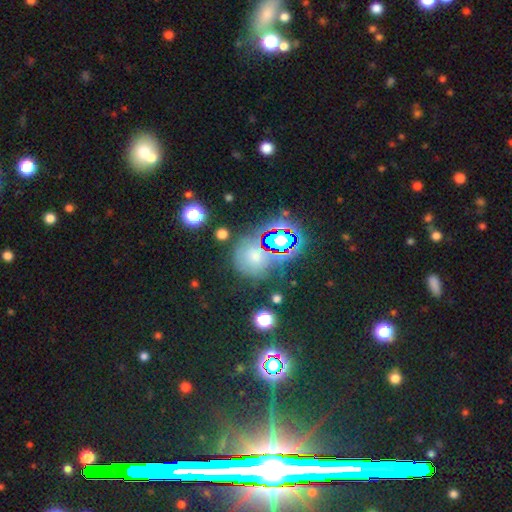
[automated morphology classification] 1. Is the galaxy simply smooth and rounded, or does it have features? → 50% smooth, 35% star or artifact, 15% featured or disk.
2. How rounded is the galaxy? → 83% round, 15% in between, 1% cigar-shaped.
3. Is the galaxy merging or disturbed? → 66% none, 17% minor disturbance, 9% major disturbance, 8% merger.